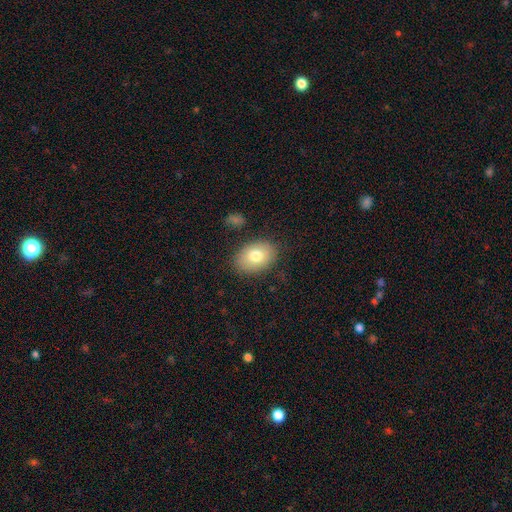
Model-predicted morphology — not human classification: A smooth galaxy with no disk features (77%) that is in between round and cigar-shaped (79%). Merging: none (82%).